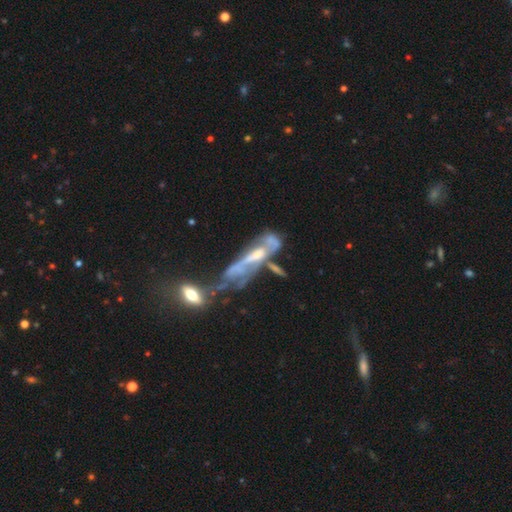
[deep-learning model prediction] Smooth or featured: featured or disk — 72% (smooth — 17%)
Edge-on disk: no — 72% (yes — 28%)
Bar: no — 55% (weak — 26%)
Spiral arms: yes — 50% (tied with no — 50%)
Bulge size: moderate — 38% (small — 30%)
Merging: merger — 40% (major disturbance — 28%)